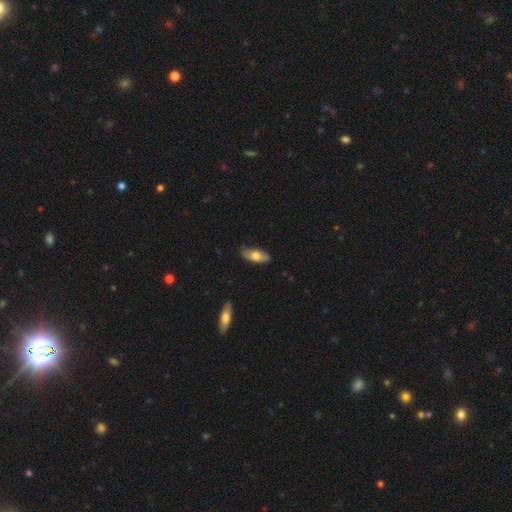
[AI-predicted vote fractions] smooth 64%, featured or disk 31%, star or artifact 5%. Down the decision tree: how rounded — in between (81%); merging — none (83%).